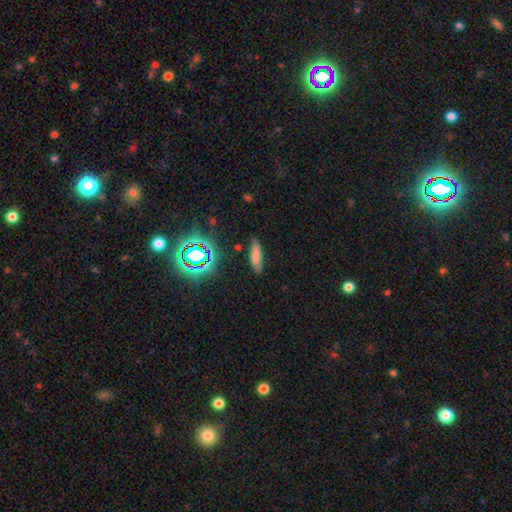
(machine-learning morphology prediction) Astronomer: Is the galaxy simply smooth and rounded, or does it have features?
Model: smooth — 71%.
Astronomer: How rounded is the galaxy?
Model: cigar-shaped — 64%.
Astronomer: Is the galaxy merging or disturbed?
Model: none — 80%.